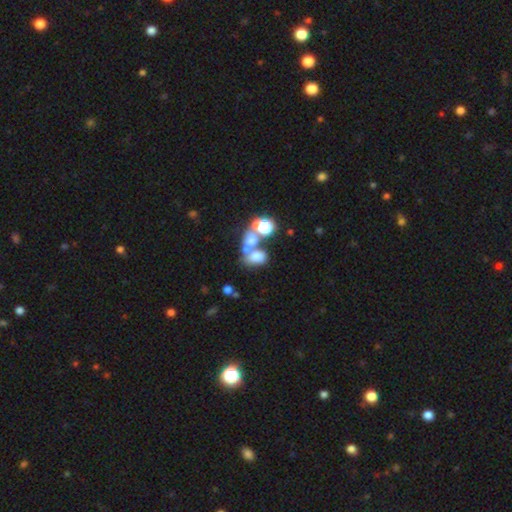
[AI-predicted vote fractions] Smooth or featured? Predicted: smooth (p=0.61). How rounded? Predicted: in between (p=0.64). Merging? Predicted: merger (p=0.51).